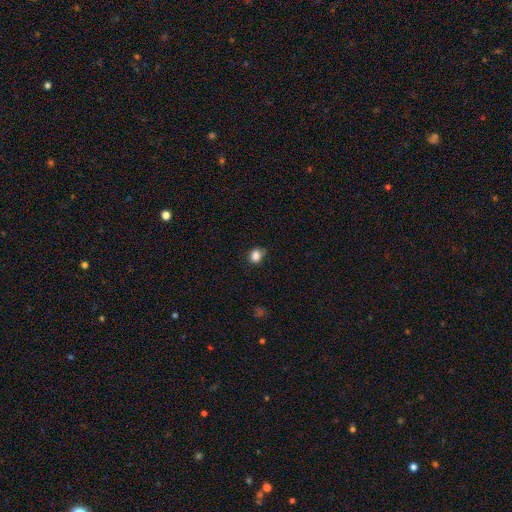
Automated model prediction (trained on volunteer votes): Q: Smooth or featured?
A: smooth (85%); runner-up: star or artifact (11%)
Q: How rounded?
A: round (54%); runner-up: in between (45%)
Q: Merging?
A: none (66%); runner-up: minor disturbance (26%)